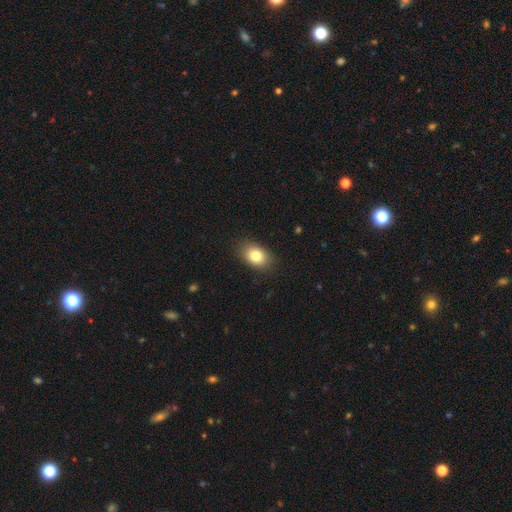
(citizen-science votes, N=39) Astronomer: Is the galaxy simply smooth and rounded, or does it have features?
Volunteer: smooth — 85%.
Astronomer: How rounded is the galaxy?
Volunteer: in between — 79%.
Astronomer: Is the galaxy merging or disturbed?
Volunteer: none — 83%.